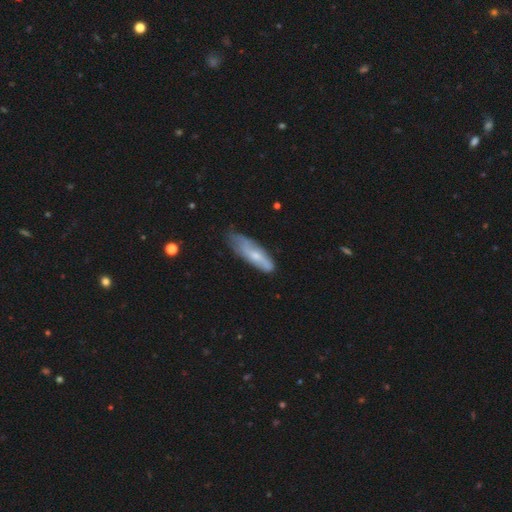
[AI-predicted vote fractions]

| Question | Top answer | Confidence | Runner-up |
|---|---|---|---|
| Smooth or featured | smooth | 50% | featured or disk (44%) |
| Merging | none | 58% | minor disturbance (32%) |